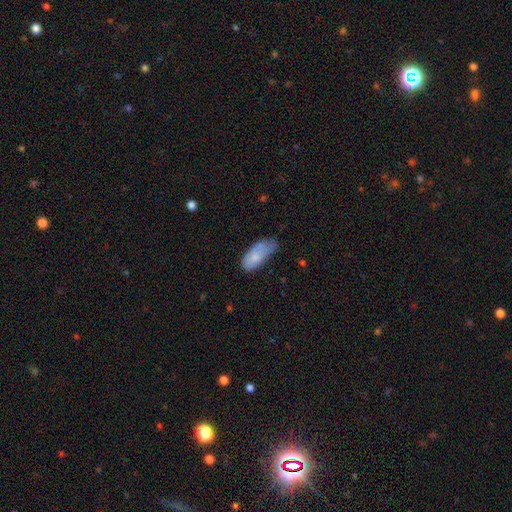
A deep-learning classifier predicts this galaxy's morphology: Q: Smooth or featured?
A: smooth (78%); runner-up: featured or disk (15%)
Q: How rounded?
A: in between (87%); runner-up: cigar-shaped (11%)
Q: Merging?
A: minor disturbance (42%); runner-up: none (39%)